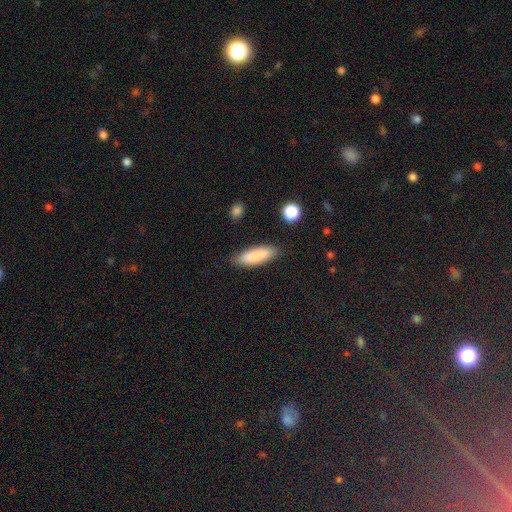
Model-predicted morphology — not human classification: Smooth or featured? Predicted: smooth (p=0.85). How rounded? Predicted: in between (p=0.49, tied with cigar-shaped). Merging? Predicted: none (p=0.84).